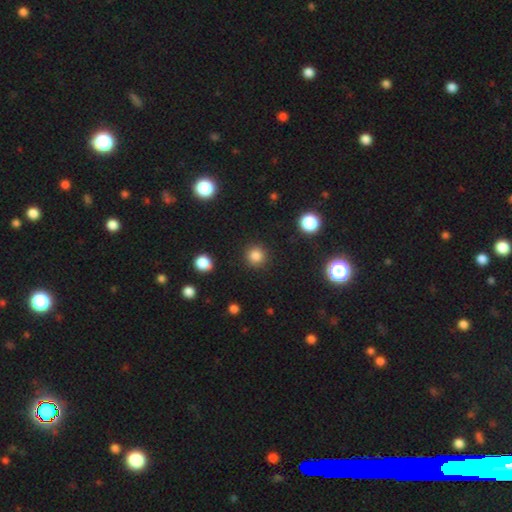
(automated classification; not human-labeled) Morphology: type=smooth (83%); roundness=round (94%); merging=none (91%).